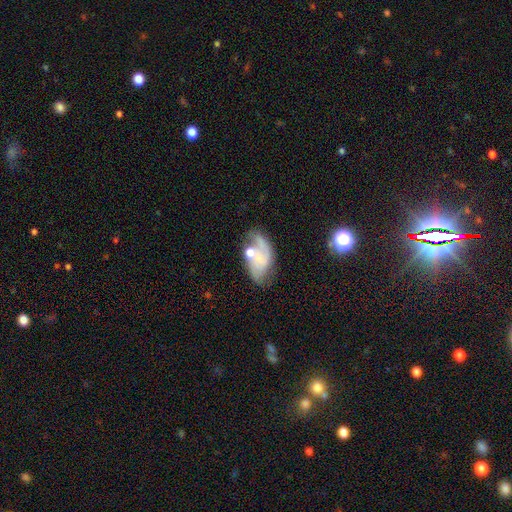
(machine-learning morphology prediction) This appears to be a featured or disk galaxy (66%) with no bar (65%), 2 (63%) medium (44%) spiral arms (83%) and a small central bulge (54%). Merging: none (41%).